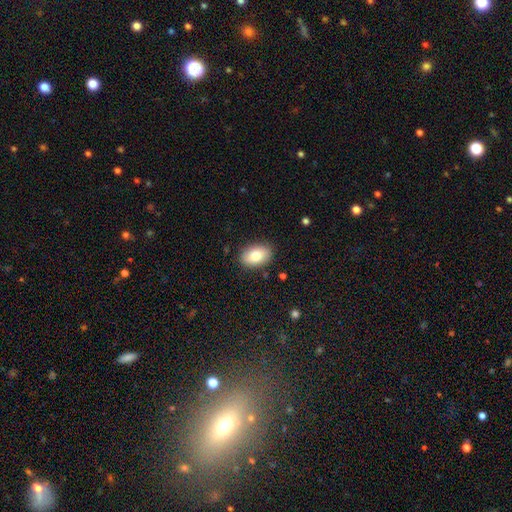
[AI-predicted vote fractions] Smooth or featured? smooth (79%)
How rounded? in between (86%)
Merging? none (87%)